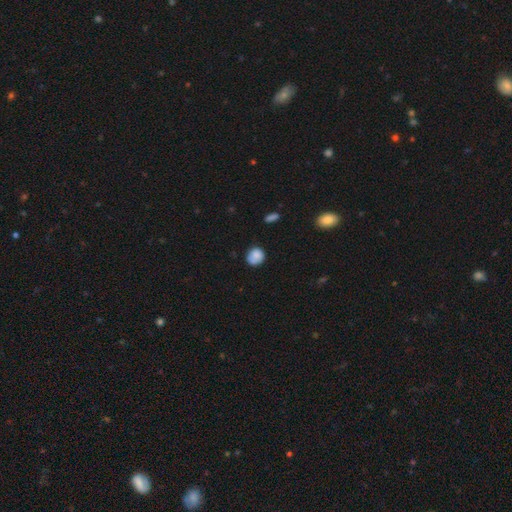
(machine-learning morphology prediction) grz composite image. It shows a smooth galaxy with no disk features (83%) that is round (81%). Merging: none (68%).